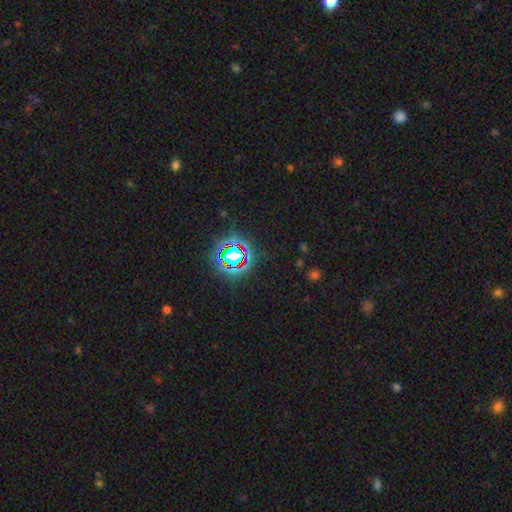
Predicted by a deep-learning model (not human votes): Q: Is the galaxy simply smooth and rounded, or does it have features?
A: star or artifact — 77%.